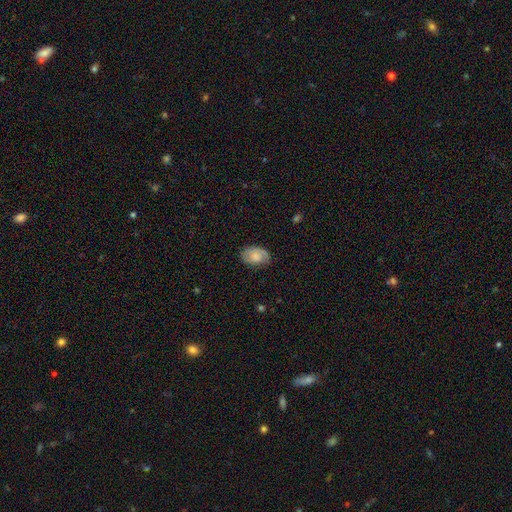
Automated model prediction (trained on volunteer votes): smooth_or_featured: smooth (p=0.60) [alt: featured or disk p=0.32]
how_rounded: in between (p=0.85) [alt: round p=0.14]
merging: none (p=0.70) [alt: minor disturbance p=0.21]